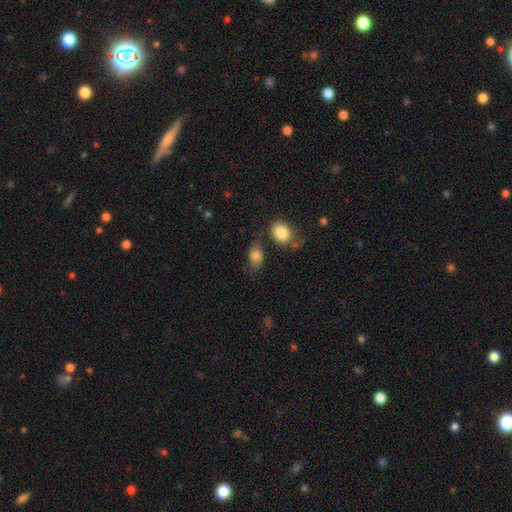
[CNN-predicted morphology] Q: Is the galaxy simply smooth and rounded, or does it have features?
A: smooth — 78%.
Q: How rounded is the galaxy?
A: in between — 79%.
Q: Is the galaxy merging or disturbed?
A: none — 55%.